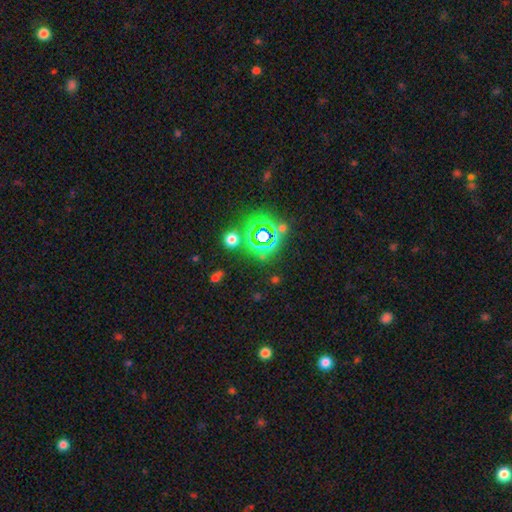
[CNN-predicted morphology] Smooth or featured?
  - star or artifact: 74% *
  - smooth: 17%
  - featured or disk: 10%